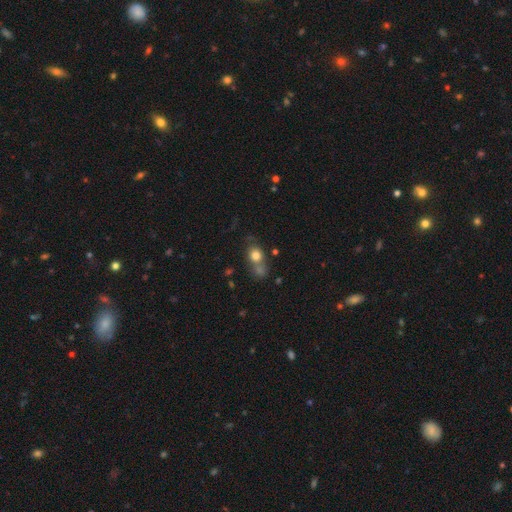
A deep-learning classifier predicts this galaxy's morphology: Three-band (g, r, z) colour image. It shows a smooth galaxy with no disk features (76%) that is round (70%). Merging: none (46%).